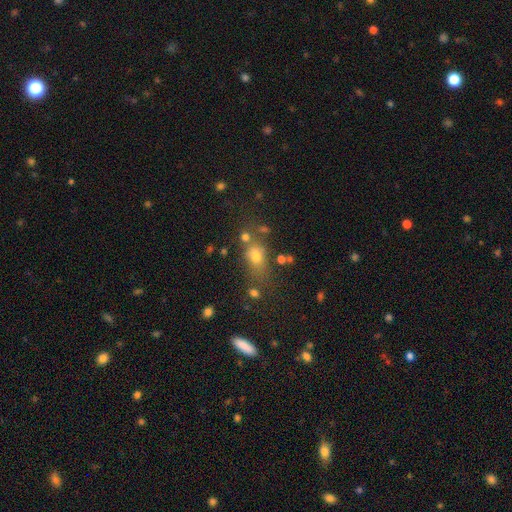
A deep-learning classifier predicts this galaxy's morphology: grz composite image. It shows a smooth galaxy with no disk features (66%) that is in between round and cigar-shaped (60%). Merging: none (55%).